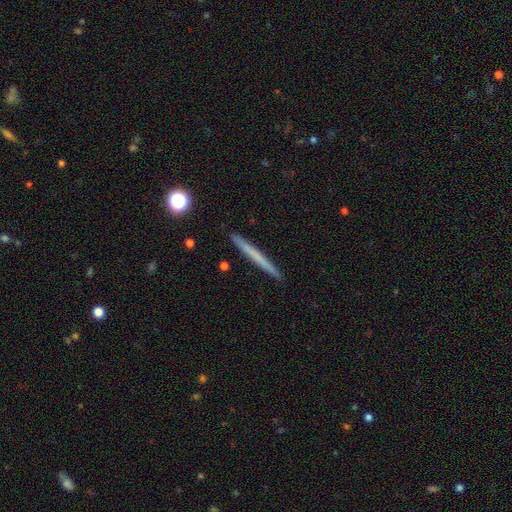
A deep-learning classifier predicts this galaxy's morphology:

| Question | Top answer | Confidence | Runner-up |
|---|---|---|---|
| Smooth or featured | smooth | 57% | featured or disk (37%) |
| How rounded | cigar-shaped | 97% | in between (2%) |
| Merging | none | 92% | minor disturbance (6%) |